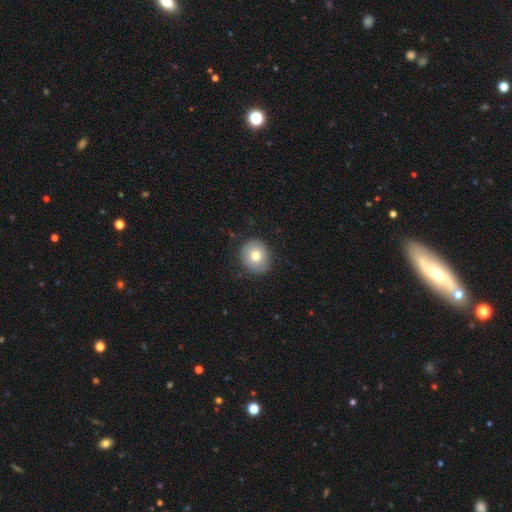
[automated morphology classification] Smooth or featured: smooth — 73% (featured or disk — 17%)
How rounded: round — 82% (in between — 17%)
Merging: none — 85% (minor disturbance — 11%)